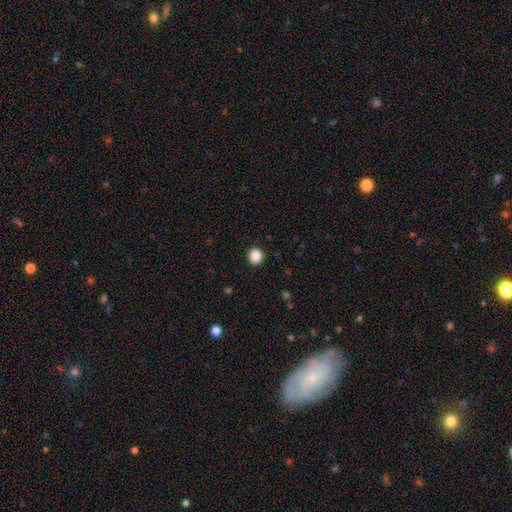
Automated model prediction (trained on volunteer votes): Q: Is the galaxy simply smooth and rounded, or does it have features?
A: smooth — 88%.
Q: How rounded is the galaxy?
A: round — 76%.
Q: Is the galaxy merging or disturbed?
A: none — 91%.